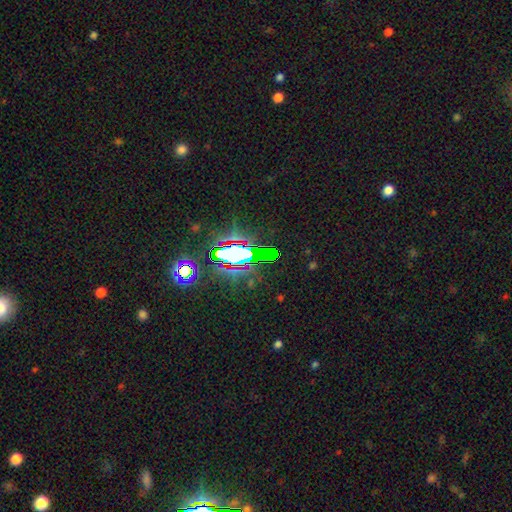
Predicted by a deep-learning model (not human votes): star or artifact 82%, smooth 10%, featured or disk 9%.